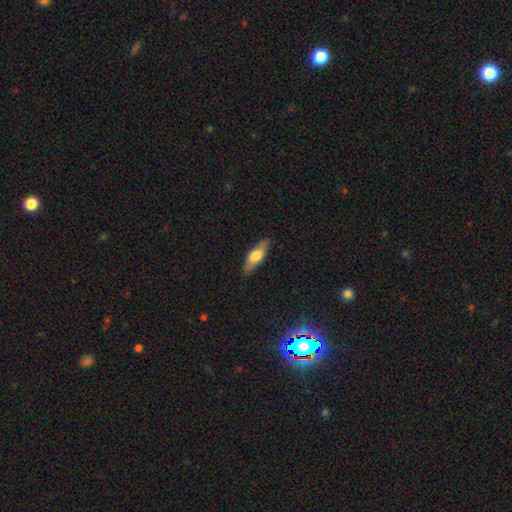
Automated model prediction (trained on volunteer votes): smooth-or-featured: smooth: 65% | featured or disk: 29% | star or artifact: 6%
  how-rounded: in between: 57% | cigar-shaped: 40% | round: 2%
  merging: none: 84% | minor disturbance: 12% | major disturbance: 2% | merger: 1%